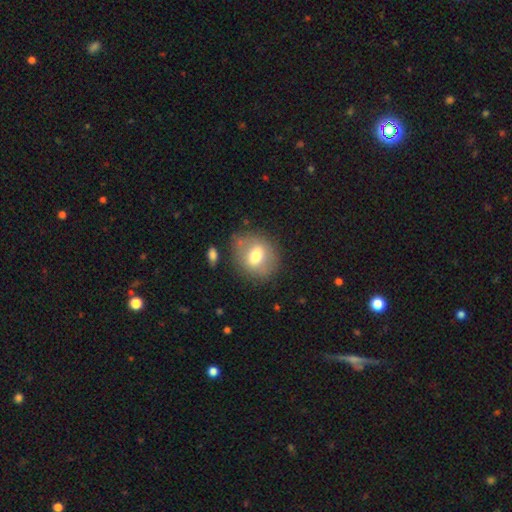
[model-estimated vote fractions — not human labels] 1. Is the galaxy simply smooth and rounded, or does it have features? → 60% smooth, 31% featured or disk, 8% star or artifact.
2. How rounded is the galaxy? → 62% round, 37% in between, 1% cigar-shaped.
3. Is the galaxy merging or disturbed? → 76% none, 14% minor disturbance, 6% major disturbance, 4% merger.